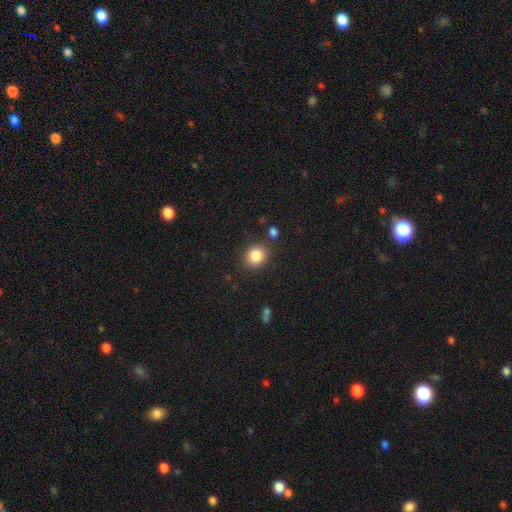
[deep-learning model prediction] The model was most divided on "how rounded": round: 72%, in between: 27%, cigar-shaped: 1%. More confident: smooth or featured — smooth (86%); merging — none (82%).